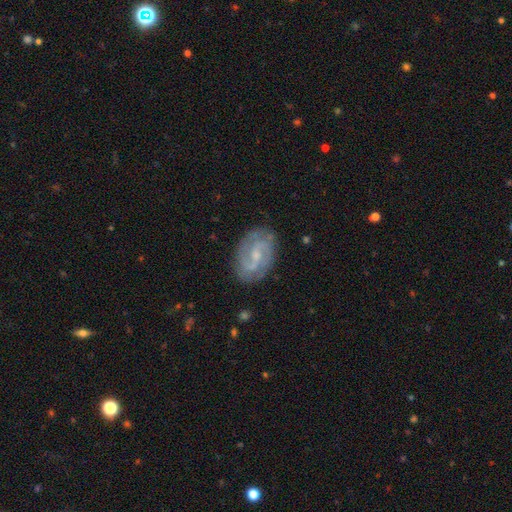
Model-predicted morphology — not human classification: Smooth or featured: featured or disk — 85% (smooth — 10%)
Edge-on disk: no — 97% (yes — 3%)
Bar: weak — 54% (no — 33%)
Spiral arms: yes — 96% (no — 4%)
Spiral winding: medium — 50% (tight — 34%)
Spiral arm count: 2 — 84% (can't tell — 7%)
Bulge size: small — 63% (moderate — 28%)
Merging: none — 81% (minor disturbance — 14%)